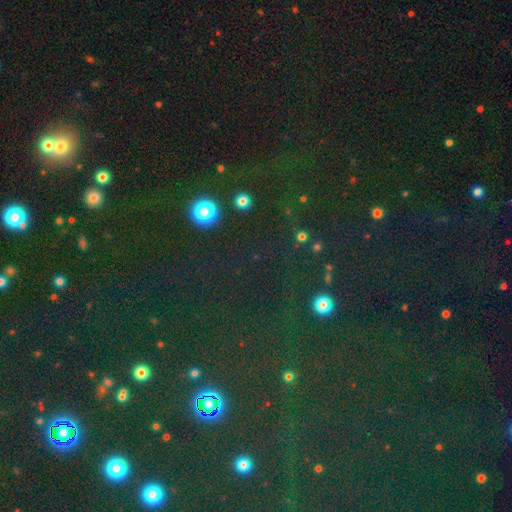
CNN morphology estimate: This is likely a star or artifact rather than a galaxy (71%).